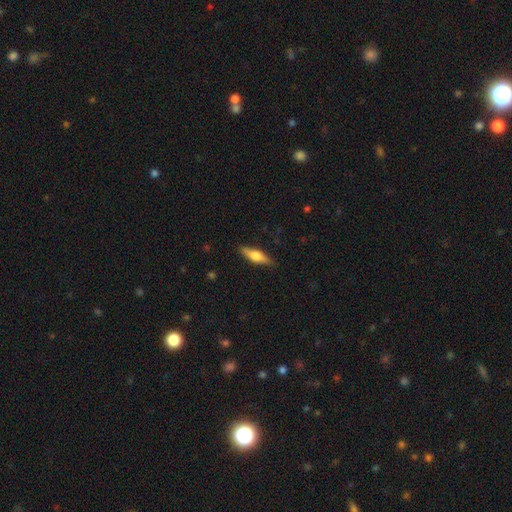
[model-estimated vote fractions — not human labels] Smooth or featured? smooth (54%)
How rounded? cigar-shaped (58%)
Merging? none (87%)